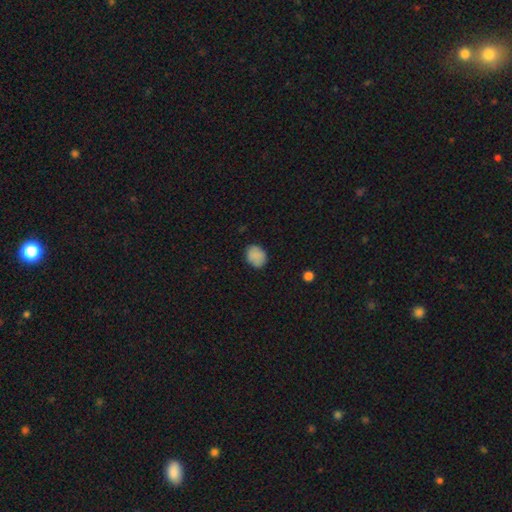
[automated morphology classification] This appears to be a smooth galaxy with no disk features (87%) that is in between round and cigar-shaped (50%). Merging: none (84%).